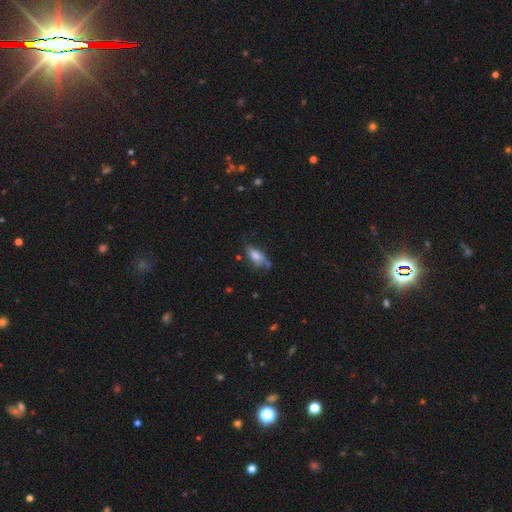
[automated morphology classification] type=smooth (70%); roundness=in between (82%); merging=none (47%).